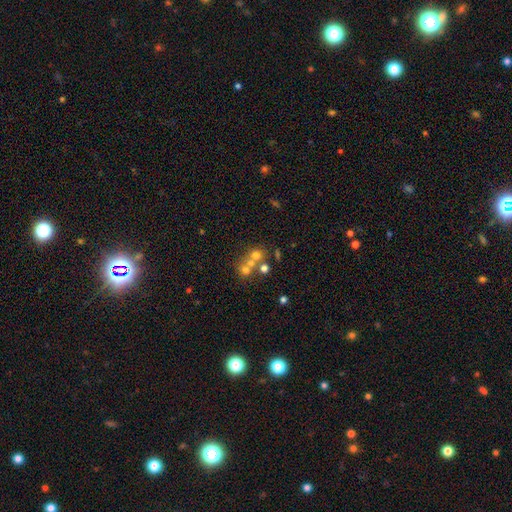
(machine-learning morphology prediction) The model was most divided on "merging": merger: 48%, none: 41%, minor disturbance: 6%, major disturbance: 4%. More confident: how rounded — round (83%); smooth or featured — smooth (57%).